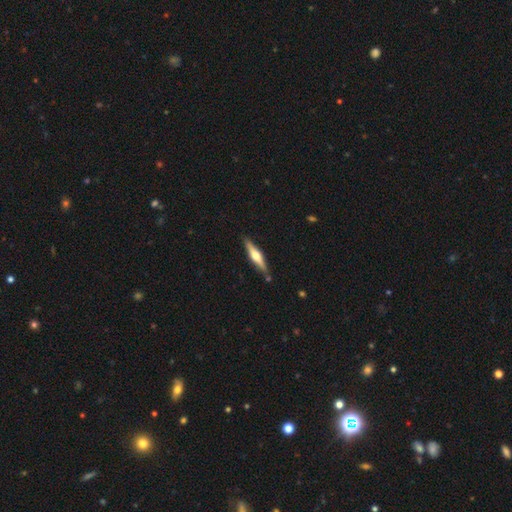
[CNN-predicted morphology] The model was most divided on "smooth or featured": featured or disk: 60%, smooth: 35%, star or artifact: 5%. More confident: edge-on disk — yes (96%); edge-on bulge — rounded (89%); merging — none (84%).